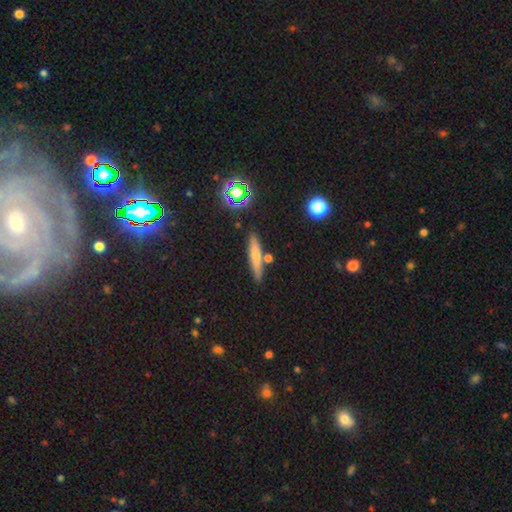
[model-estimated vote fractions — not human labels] Morphology: type=smooth (63%); roundness=cigar-shaped (84%); merging=none (80%).